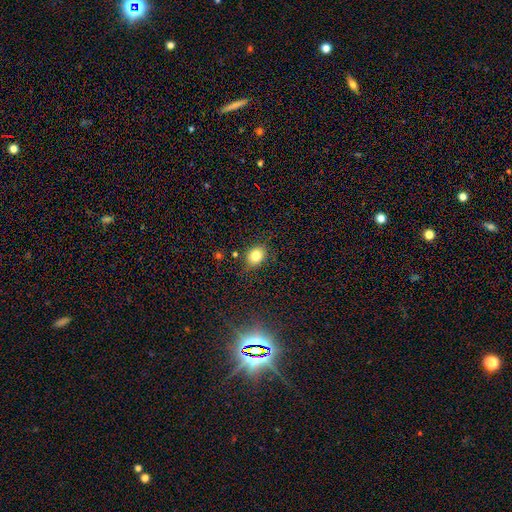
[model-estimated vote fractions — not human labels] Overall: smooth (80%). How rounded: round (51%; in between 48%). Merging: none (80%).